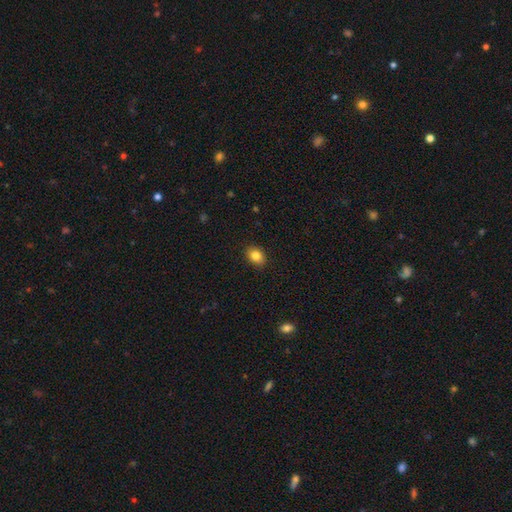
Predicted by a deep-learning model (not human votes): Morphology: type=smooth (84%); roundness=in between (67%); merging=none (88%).